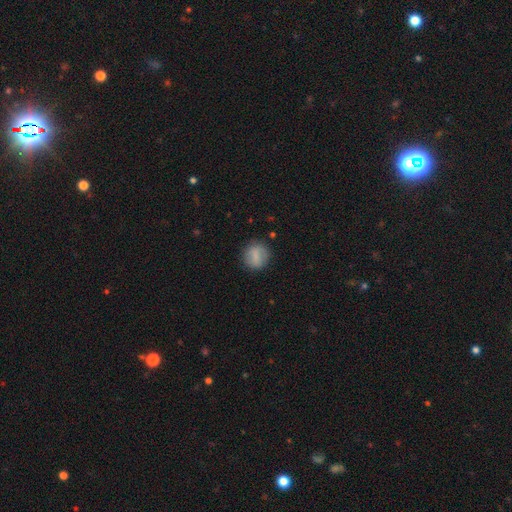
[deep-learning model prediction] Smooth or featured?
  - smooth: 76% *
  - featured or disk: 16%
  - star or artifact: 8%
How rounded?
  - round: 77% *
  - in between: 22%
  - cigar-shaped: 2%
Merging?
  - none: 81% *
  - minor disturbance: 13%
  - major disturbance: 4%
  - merger: 2%